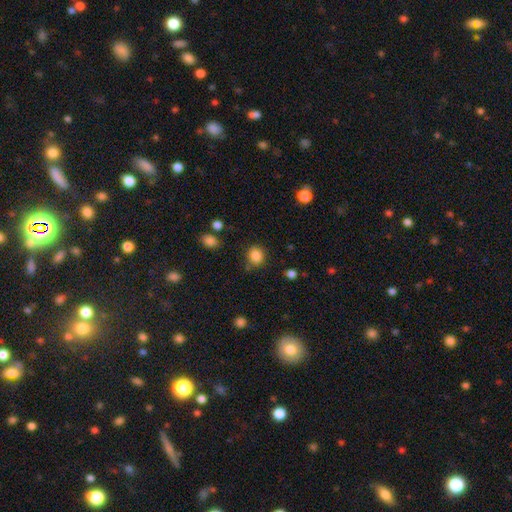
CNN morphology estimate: A smooth galaxy with no disk features (85%) that is round (75%).

Vote fractions:
- Smooth or featured? smooth: 85% / star or artifact: 11% / featured or disk: 4%
- How rounded? round: 75% / in between: 24% / cigar-shaped: 1%
- Merging? none: 76% / minor disturbance: 15% / major disturbance: 5% / merger: 4%